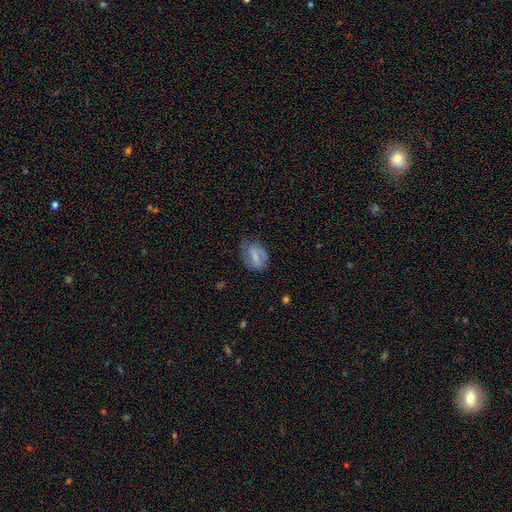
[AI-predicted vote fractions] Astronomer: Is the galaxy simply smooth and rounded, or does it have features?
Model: smooth — 56% (runner-up: featured or disk, 36%).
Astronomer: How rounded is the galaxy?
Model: in between — 78%.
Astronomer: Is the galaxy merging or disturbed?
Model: none — 55% (runner-up: minor disturbance, 31%).